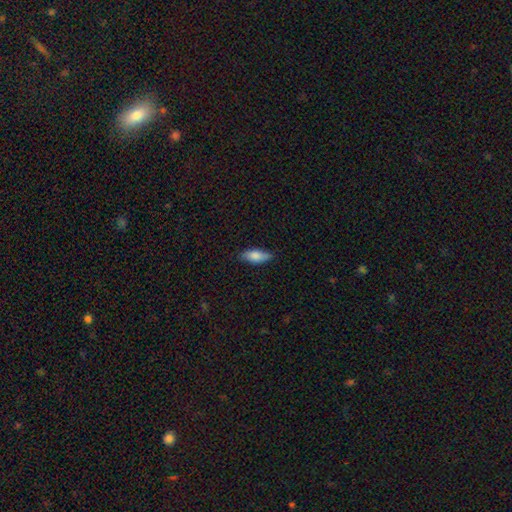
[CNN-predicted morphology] Smooth or featured? smooth (81%)
How rounded? in between (74%)
Merging? none (80%)